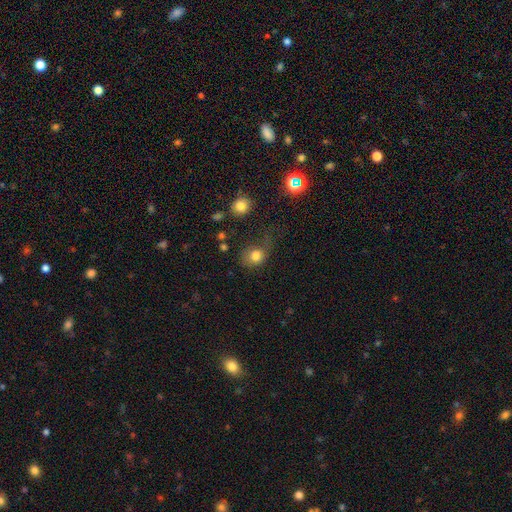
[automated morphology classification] This is likely a smooth galaxy (79%). How rounded: likely round (62%). Merging: marginally none (41%).